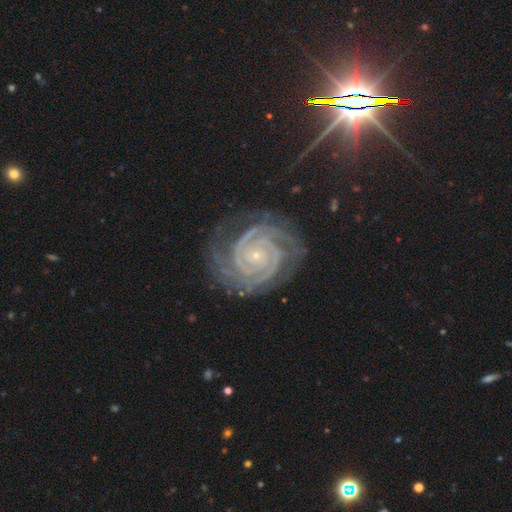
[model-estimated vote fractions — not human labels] smooth_or_featured: featured or disk (p=0.91) [alt: star or artifact p=0.06]
disk_edge_on: no (p=0.98) [alt: yes p=0.02]
bar: no (p=0.73) [alt: weak p=0.16]
has_spiral_arms: yes (p=0.99) [alt: no p=0.01]
spiral_winding: tight (p=0.85) [alt: medium p=0.13]
spiral_arm_count: 2 (p=0.42) [alt: 3 p=0.21]
bulge_size: small (p=0.87) [alt: moderate p=0.09]
merging: none (p=0.76) [alt: minor disturbance p=0.16]